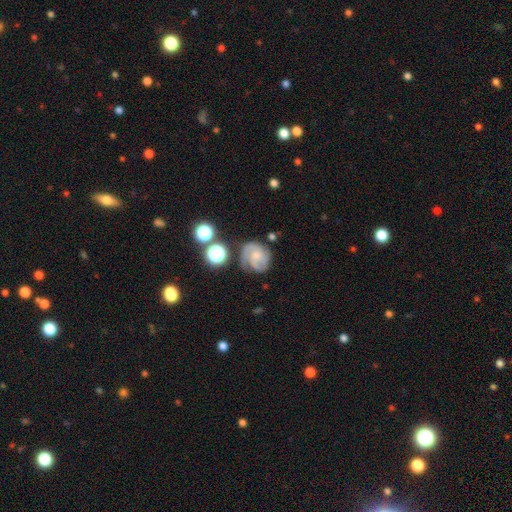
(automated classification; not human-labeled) This is likely a featured or disk galaxy (66%). It is clearly not viewed edge-on (98%). Bar: likely no (72%). Spiral arm pattern: clearly yes (91%). Spiral arm count: marginally 3 (36%). Spiral winding: possibly tight (46%). Central bulge: possibly small (51%). Merging: possibly none (56%).